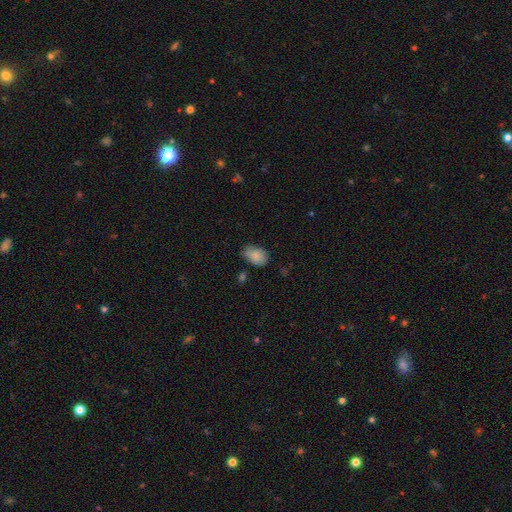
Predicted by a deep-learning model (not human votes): A smooth galaxy with no disk features (84%) that is in between round and cigar-shaped (83%).

Vote fractions:
- Smooth or featured? smooth: 84% / featured or disk: 9% / star or artifact: 7%
- How rounded? in between: 83% / round: 16% / cigar-shaped: 1%
- Merging? none: 61% / minor disturbance: 30% / major disturbance: 6% / merger: 3%